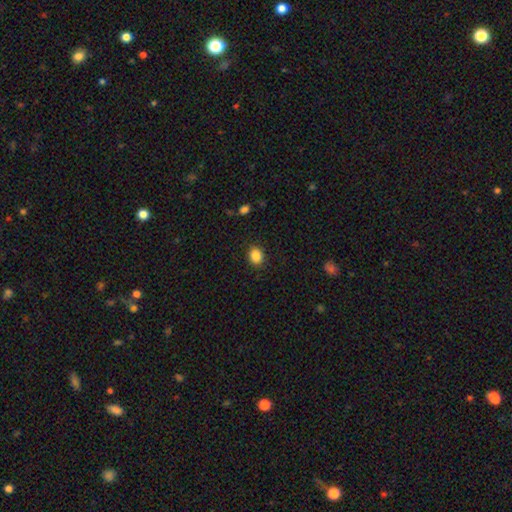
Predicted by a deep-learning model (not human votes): Overall: smooth (87%). How rounded: round (60%; in between 39%). Merging: none (89%).